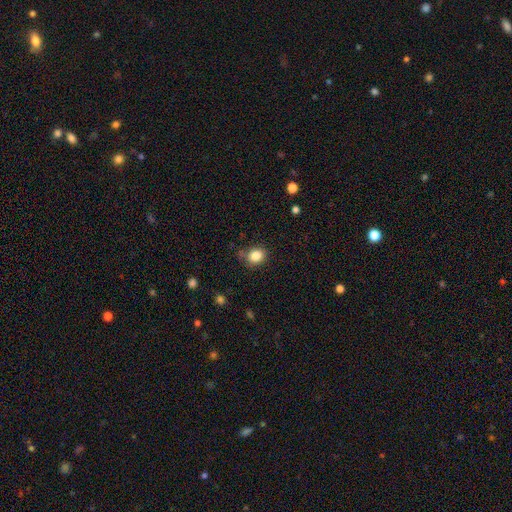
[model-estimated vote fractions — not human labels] Smooth or featured? Predicted: smooth (p=0.84). How rounded? Predicted: round (p=0.65). Merging? Predicted: none (p=0.75).